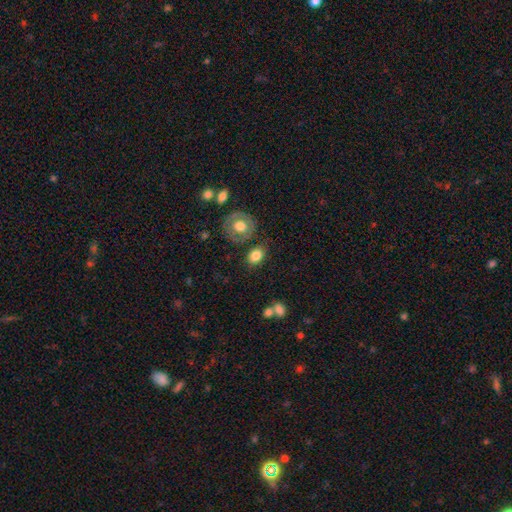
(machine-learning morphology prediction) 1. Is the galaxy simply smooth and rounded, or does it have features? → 80% smooth, 12% featured or disk, 8% star or artifact.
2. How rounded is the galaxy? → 62% in between, 37% round, 1% cigar-shaped.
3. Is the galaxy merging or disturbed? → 76% none, 14% minor disturbance, 6% merger, 5% major disturbance.